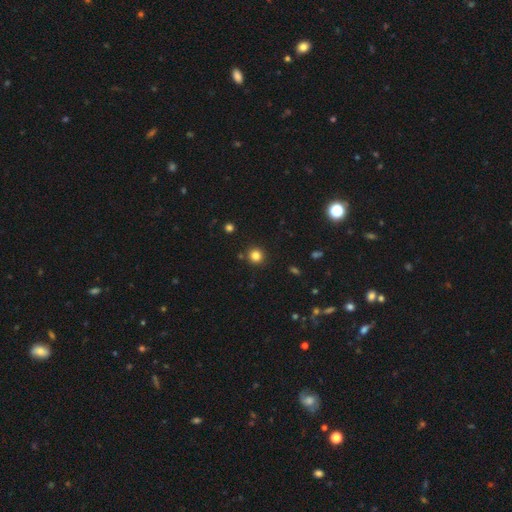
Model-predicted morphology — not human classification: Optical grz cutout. It shows a smooth galaxy with no disk features (82%) that is round (93%). Merging: none (89%).